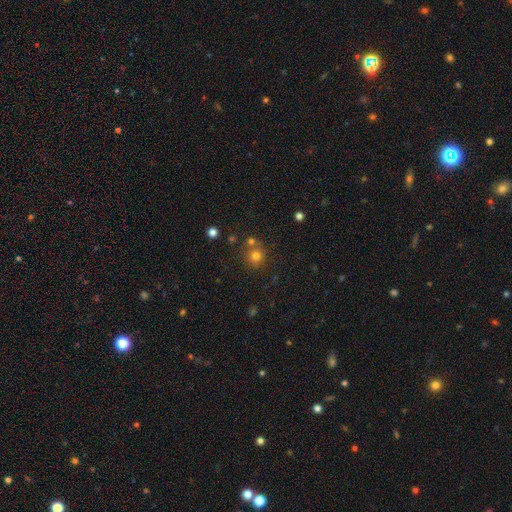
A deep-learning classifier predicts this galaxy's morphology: smooth 74%, star or artifact 17%, featured or disk 9%. Down the decision tree: how rounded — round (89%); merging — none (68%).